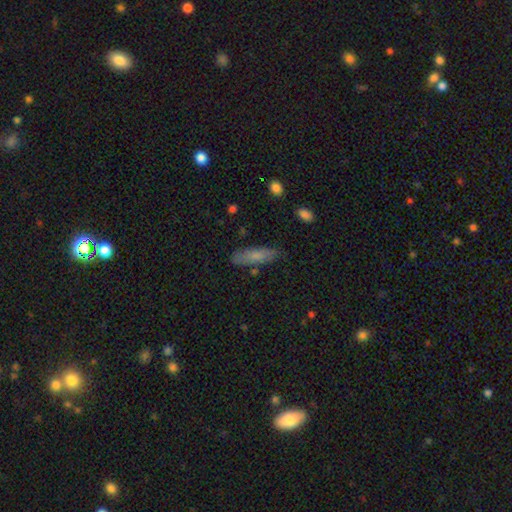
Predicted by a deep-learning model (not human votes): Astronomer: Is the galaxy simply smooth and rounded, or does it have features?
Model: smooth — 73%.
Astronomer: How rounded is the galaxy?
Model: cigar-shaped — 62%.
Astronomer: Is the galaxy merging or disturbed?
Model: none — 79%.